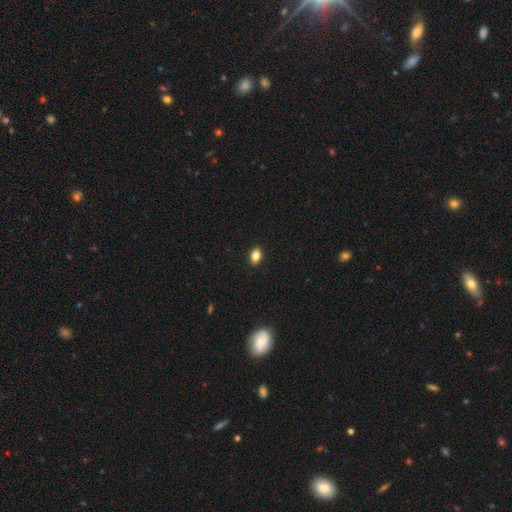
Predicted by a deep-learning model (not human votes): Morphology: type=smooth (83%); roundness=in between (82%); merging=none (90%).